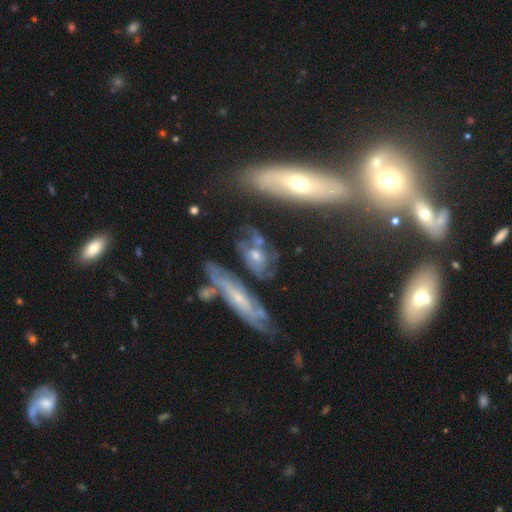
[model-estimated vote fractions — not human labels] featured or disk 57%, smooth 31%, star or artifact 13%. Down the decision tree: edge-on disk — no (67%); merging — none (53%).